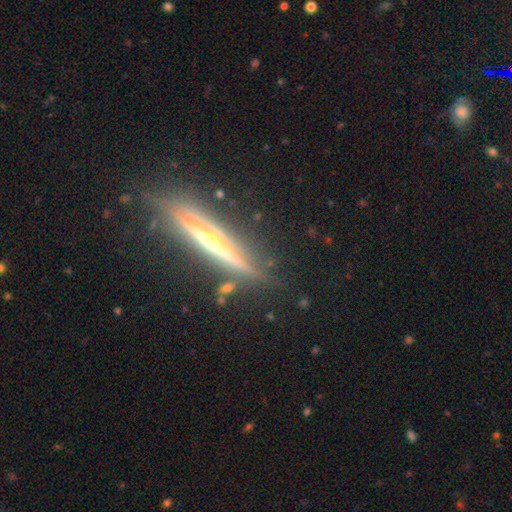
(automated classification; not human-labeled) smooth-or-featured: featured or disk: 77% | smooth: 16% | star or artifact: 7%
  disk-edge-on: yes: 93% | no: 7%
    edge-on-bulge: rounded: 64% | none: 31% | boxy: 5%
  merging: none: 78% | minor disturbance: 15% | major disturbance: 4% | merger: 3%